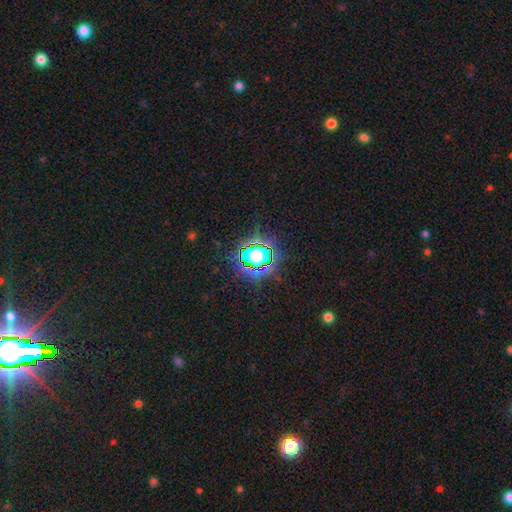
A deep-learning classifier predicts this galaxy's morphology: smooth_or_featured: star or artifact (p=0.65) [alt: smooth p=0.23]